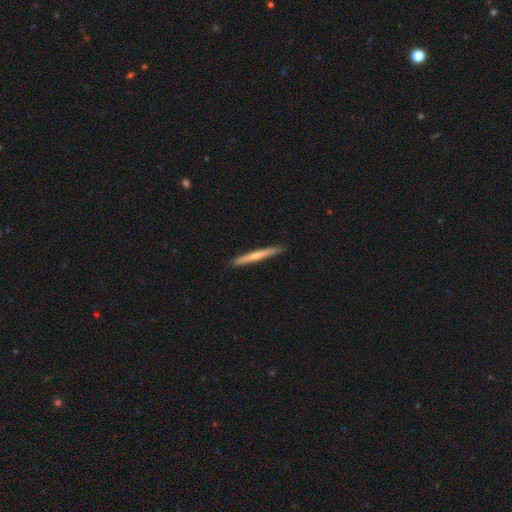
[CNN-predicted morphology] Smooth or featured? Predicted: featured or disk (p=0.48). Merging? Predicted: none (p=0.91).